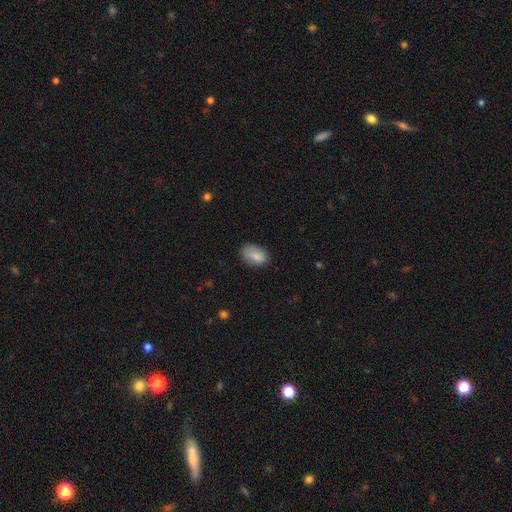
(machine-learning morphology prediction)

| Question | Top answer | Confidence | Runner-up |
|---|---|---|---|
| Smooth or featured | smooth | 85% | featured or disk (8%) |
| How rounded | in between | 89% | round (10%) |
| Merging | none | 75% | minor disturbance (19%) |